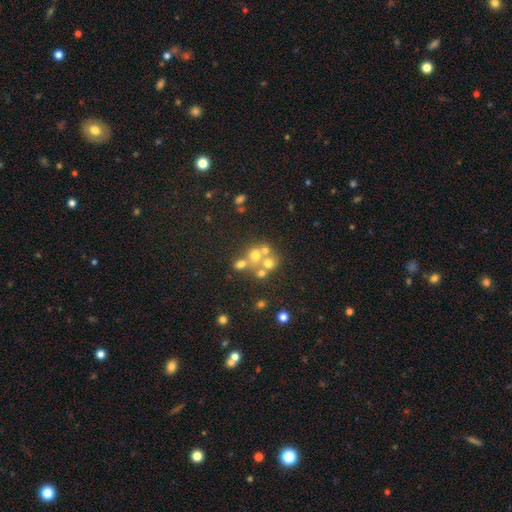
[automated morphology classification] The model was most divided on "merging" (2-way tie): merger: 43%, none: 43%, minor disturbance: 8%, major disturbance: 6%. More confident: how rounded — round (82%); smooth or featured — smooth (52%).